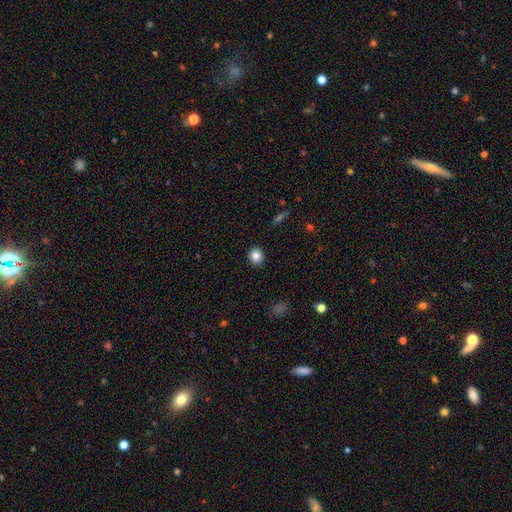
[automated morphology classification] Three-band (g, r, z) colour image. It shows a smooth galaxy with no disk features (84%) that is round (70%). Merging: none (90%).